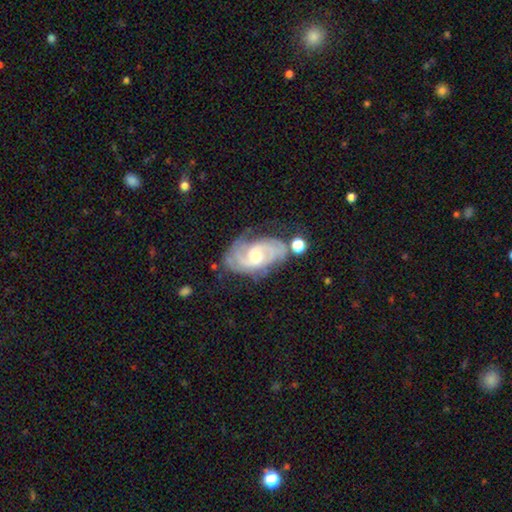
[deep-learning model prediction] featured or disk 85%, smooth 9%, star or artifact 6%. Down the decision tree: edge-on disk — no (96%); bar — no (54%); spiral arms — yes (96%); spiral arm count — 2 (58%); spiral winding — tight (54%); bulge size — moderate (52%); merging — none (64%).